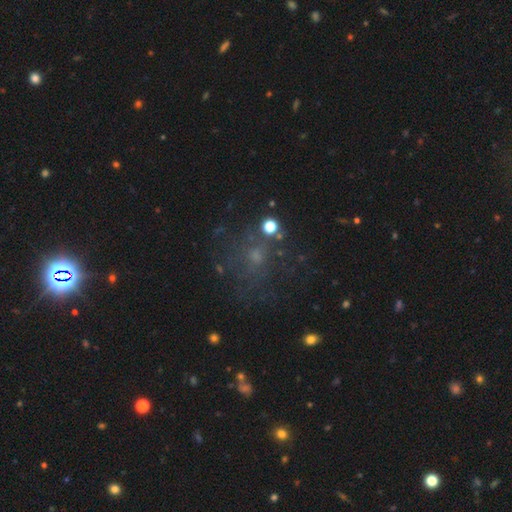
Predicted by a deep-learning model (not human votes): Q: Smooth or featured?
A: smooth (38%); runner-up: star or artifact (36%)
Q: Merging?
A: none (65%); runner-up: minor disturbance (15%)